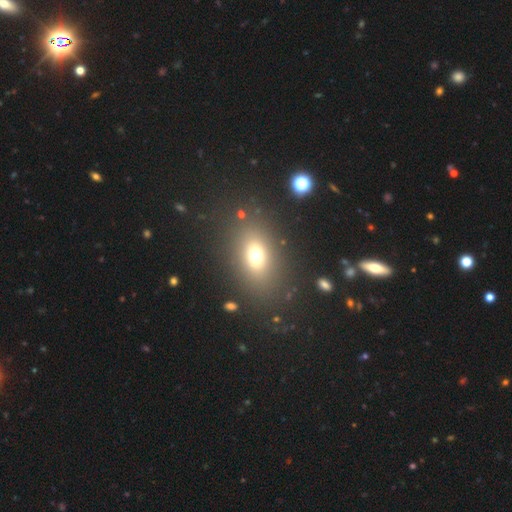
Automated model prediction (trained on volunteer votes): Smooth or featured? Predicted: smooth (p=0.68). How rounded? Predicted: in between (p=0.65). Merging? Predicted: none (p=0.83).